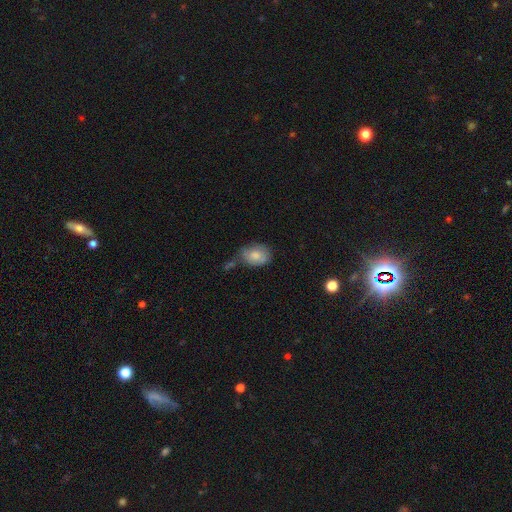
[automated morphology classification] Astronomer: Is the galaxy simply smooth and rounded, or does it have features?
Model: smooth — 76%.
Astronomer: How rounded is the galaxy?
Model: in between — 76%.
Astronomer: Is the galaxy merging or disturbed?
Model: none — 48% (runner-up: minor disturbance, 30%).